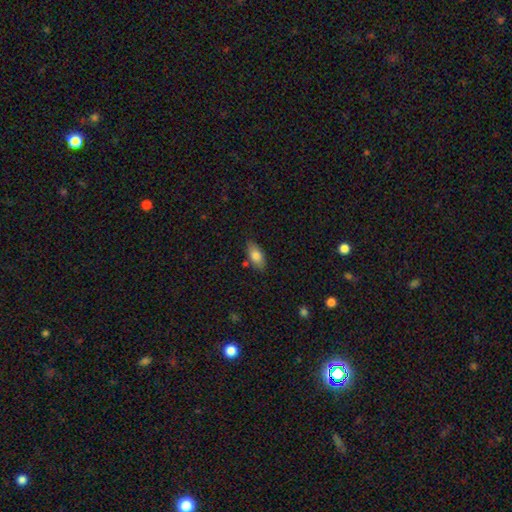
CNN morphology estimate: The model was most divided on "merging": none: 79%, minor disturbance: 15%, merger: 4%, major disturbance: 3%. More confident: how rounded — in between (90%); smooth or featured — smooth (80%).